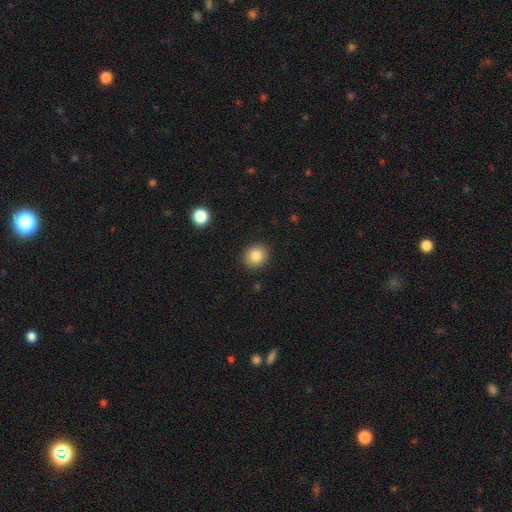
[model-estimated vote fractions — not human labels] Overall: smooth (84%). How rounded: round (79%). Merging: none (91%).